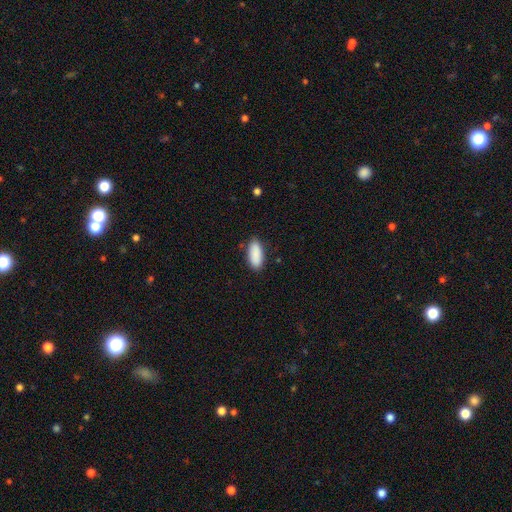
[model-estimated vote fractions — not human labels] This is clearly a smooth galaxy (90%). How rounded: clearly in between (86%). Merging: clearly none (86%).